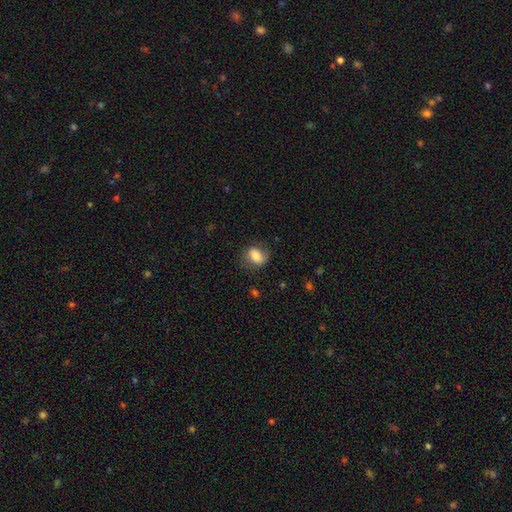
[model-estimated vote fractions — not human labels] Morphology: type=smooth (75%); roundness=in between (65%); merging=none (70%).